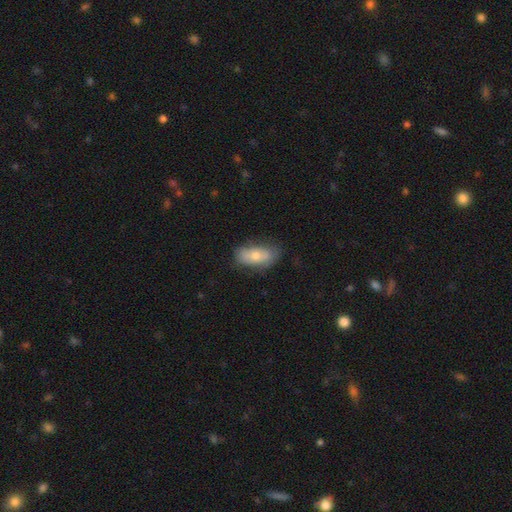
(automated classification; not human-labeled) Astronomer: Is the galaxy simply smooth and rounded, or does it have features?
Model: smooth — 68%.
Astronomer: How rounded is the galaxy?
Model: in between — 88%.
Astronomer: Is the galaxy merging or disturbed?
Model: none — 68%.